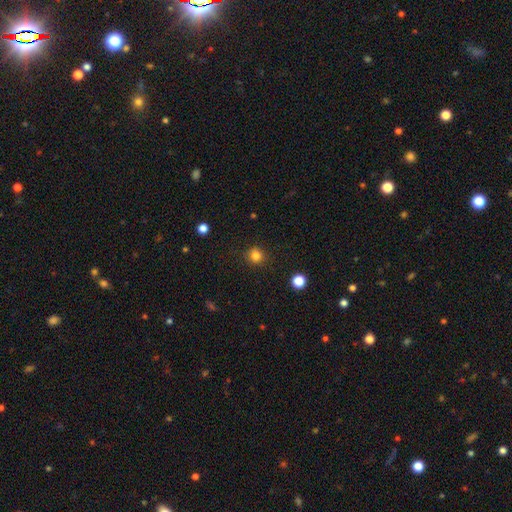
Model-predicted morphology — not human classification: smooth-or-featured: smooth: 82% | star or artifact: 13% | featured or disk: 4%
  how-rounded: round: 91% | in between: 8% | cigar-shaped: 1%
  merging: none: 89% | minor disturbance: 7% | major disturbance: 2% | merger: 1%